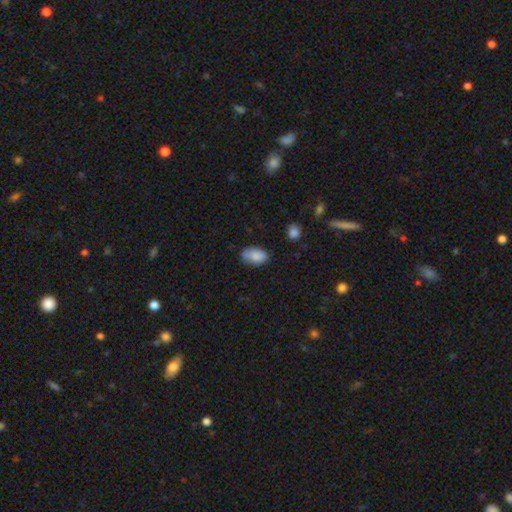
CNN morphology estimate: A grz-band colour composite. It shows a smooth galaxy with no disk features (84%) that is in between round and cigar-shaped (91%). Merging: none (68%).